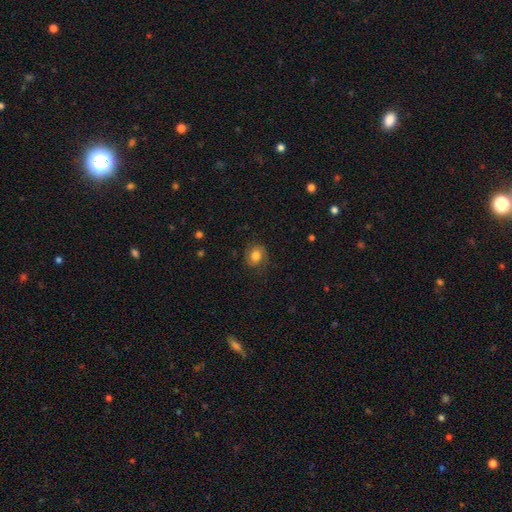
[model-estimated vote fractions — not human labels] Smooth or featured: smooth — 73% (featured or disk — 18%)
How rounded: round — 59% (in between — 40%)
Merging: none — 76% (minor disturbance — 16%)